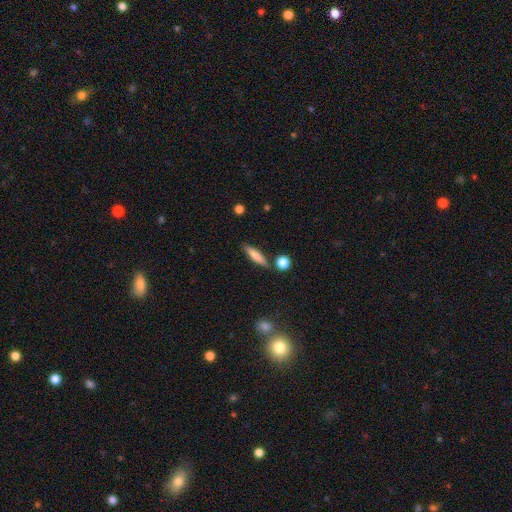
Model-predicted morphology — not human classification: A smooth galaxy with no disk features (76%) that is cigar-shaped (80%).

Vote fractions:
- Smooth or featured? smooth: 76% / featured or disk: 17% / star or artifact: 7%
- How rounded? cigar-shaped: 80% / in between: 18% / round: 3%
- Merging? none: 82% / minor disturbance: 10% / merger: 5% / major disturbance: 3%